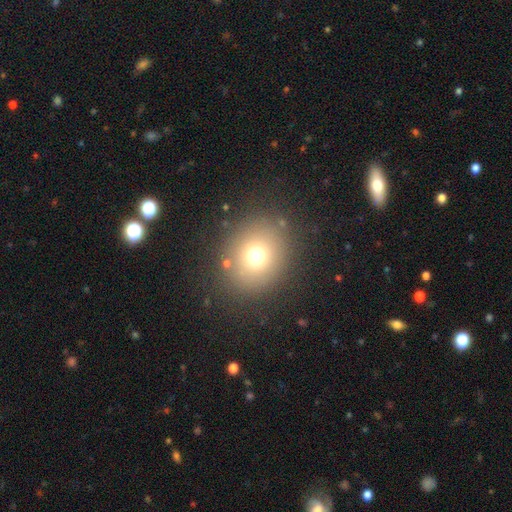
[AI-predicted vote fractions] Q: Smooth or featured?
A: smooth (70%); runner-up: star or artifact (18%)
Q: How rounded?
A: round (77%); runner-up: in between (22%)
Q: Merging?
A: none (84%); runner-up: minor disturbance (9%)